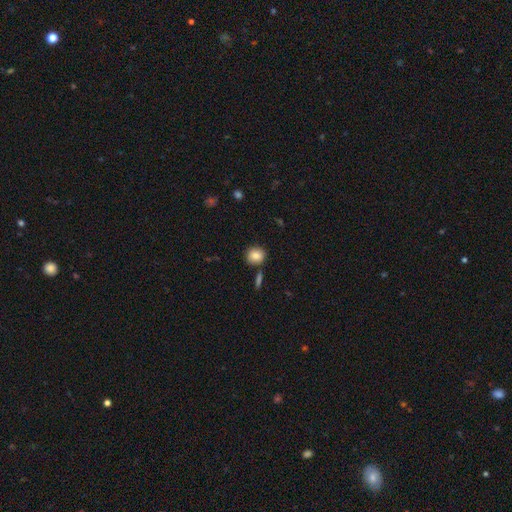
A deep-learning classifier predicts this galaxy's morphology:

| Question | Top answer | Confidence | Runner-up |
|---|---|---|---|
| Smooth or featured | smooth | 85% | star or artifact (8%) |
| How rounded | round | 85% | in between (14%) |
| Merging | none | 83% | minor disturbance (9%) |